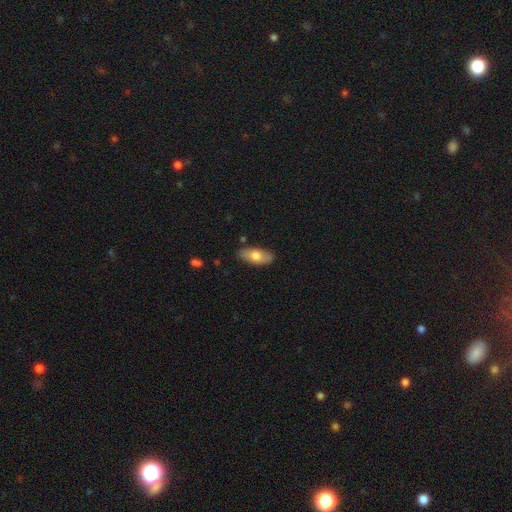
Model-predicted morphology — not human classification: The model was most divided on "smooth or featured": smooth: 70%, featured or disk: 24%, star or artifact: 6%. More confident: how rounded — in between (88%); merging — none (83%).